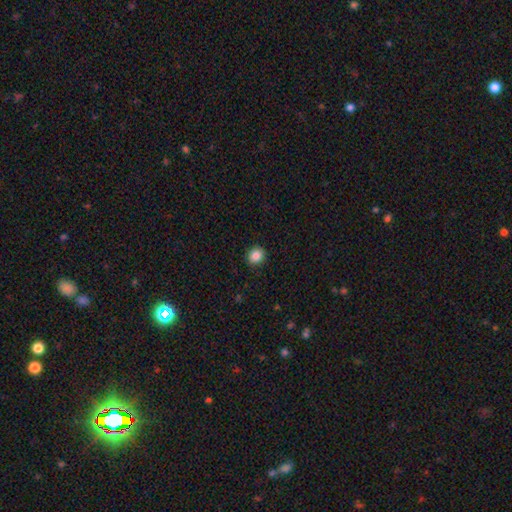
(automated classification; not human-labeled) Morphology: type=smooth (86%); roundness=round (77%); merging=none (92%).